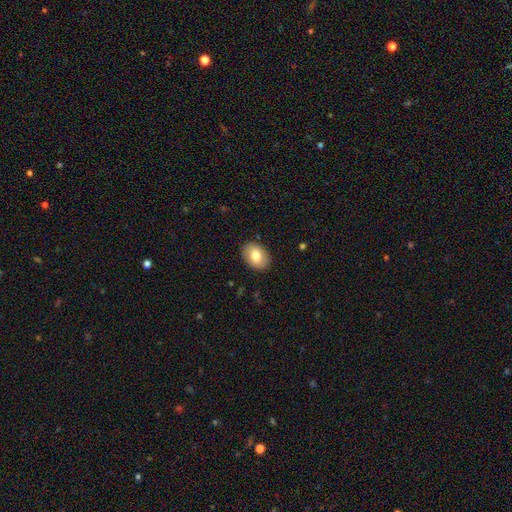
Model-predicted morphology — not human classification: A smooth galaxy with no disk features (80%) that is in between round and cigar-shaped (80%). Merging: none (89%).